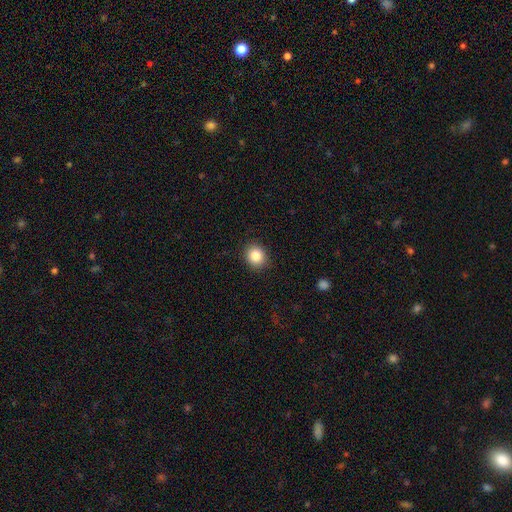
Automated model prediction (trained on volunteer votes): This is clearly a smooth galaxy (86%). How rounded: likely round (75%). Merging: clearly none (89%).